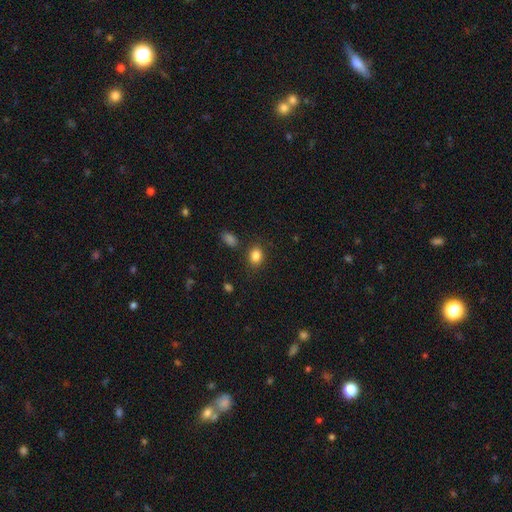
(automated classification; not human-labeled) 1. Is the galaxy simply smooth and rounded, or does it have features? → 85% smooth, 10% star or artifact, 5% featured or disk.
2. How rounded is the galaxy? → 60% in between, 39% round, 1% cigar-shaped.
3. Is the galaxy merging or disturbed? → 81% none, 11% minor disturbance, 4% merger, 4% major disturbance.